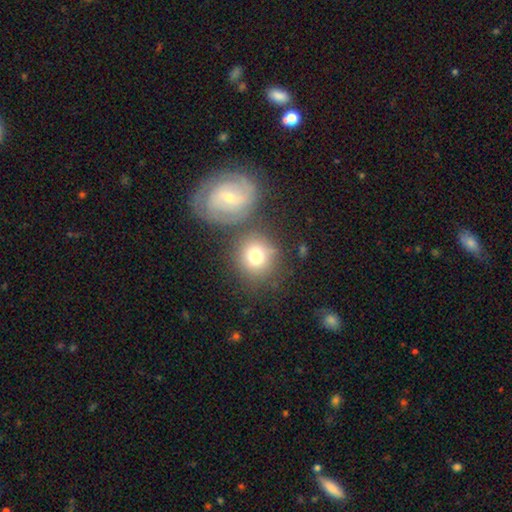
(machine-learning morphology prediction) This appears to be a smooth galaxy with no disk features (73%) that is round (85%). Merging: none (62%).